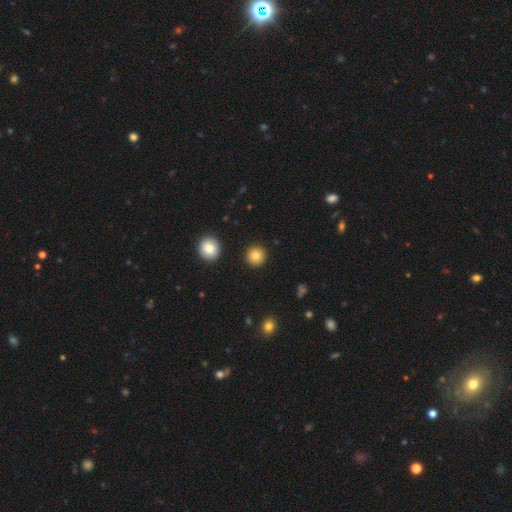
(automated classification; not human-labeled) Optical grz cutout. It shows a smooth galaxy with no disk features (84%) that is round (95%). Merging: none (92%).